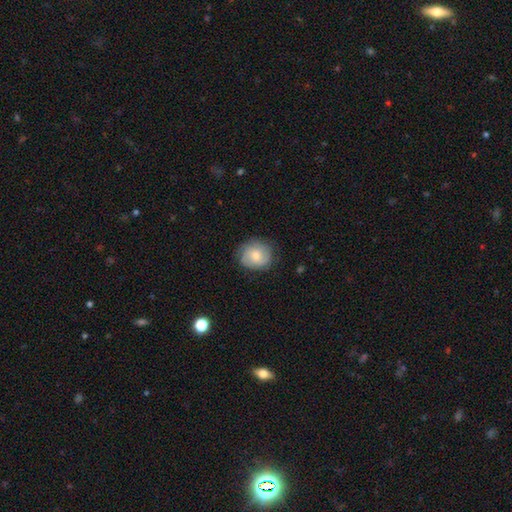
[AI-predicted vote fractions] A smooth galaxy with no disk features (58%) that is round (78%). Merging: none (77%).